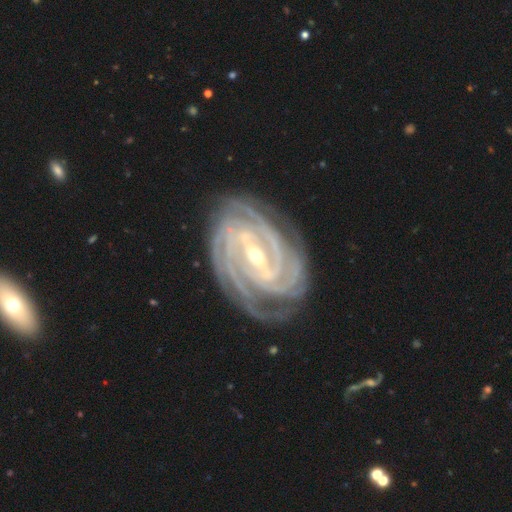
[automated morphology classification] A featured or disk galaxy (93%) with a strong bar (57%), 4 (32%) tight (83%) spiral arms (99%) and a small central bulge (56%).

Vote fractions:
- Smooth or featured? featured or disk: 93% / star or artifact: 4% / smooth: 3%
- Edge-on disk? no: 97% / yes: 3%
- Bar? strong: 57% / weak: 32% / no: 11%
- Spiral arms? yes: 99% / no: 1%
- Spiral winding? tight: 83% / medium: 15% / loose: 2%
- Spiral arm count? 4: 32% / 3: 24% / can't tell: 13% / 2: 12% / more than 4: 11% / 1: 7%
- Bulge size? small: 56% / moderate: 41% / large: 1% / none: 1% / dominant: 1%
- Merging? none: 81% / minor disturbance: 14% / major disturbance: 4% / merger: 1%